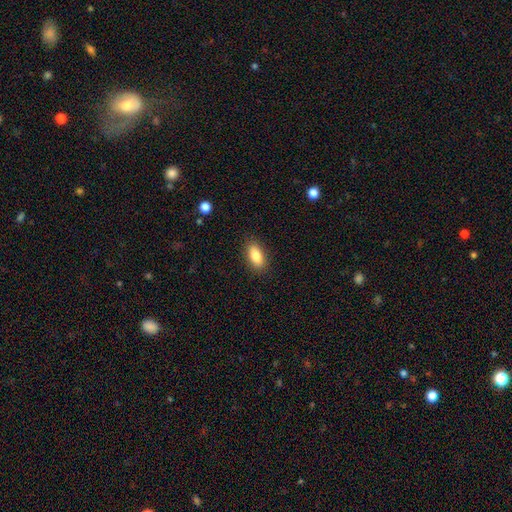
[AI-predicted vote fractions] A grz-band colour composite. It shows a smooth galaxy with no disk features (84%) that is in between round and cigar-shaped (88%). Merging: none (88%).